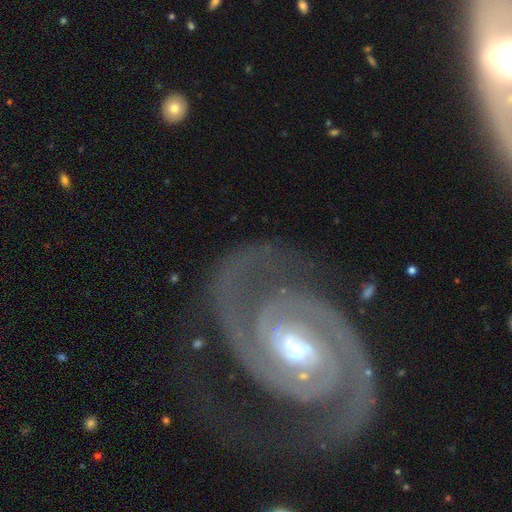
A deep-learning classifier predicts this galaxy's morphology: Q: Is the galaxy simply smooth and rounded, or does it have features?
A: featured or disk — 93%.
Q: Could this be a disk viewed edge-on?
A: no — 98%.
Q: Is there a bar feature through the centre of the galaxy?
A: weak — 43%.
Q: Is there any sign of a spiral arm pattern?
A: yes — 98%.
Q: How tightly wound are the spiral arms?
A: tight — 62%.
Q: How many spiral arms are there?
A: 2 — 88%.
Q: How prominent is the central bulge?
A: moderate — 58%.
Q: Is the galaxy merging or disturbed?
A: none — 75%.